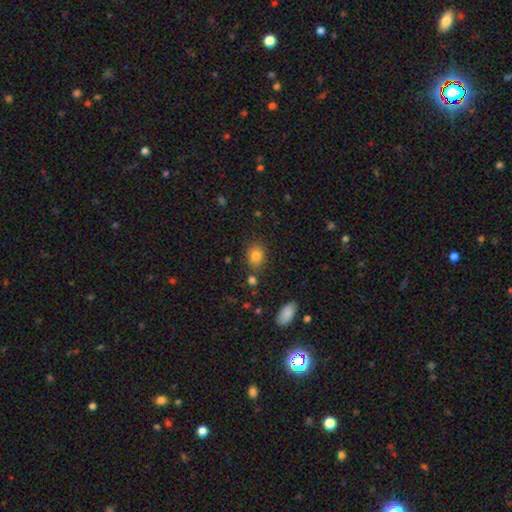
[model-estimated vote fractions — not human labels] smooth 82%, star or artifact 10%, featured or disk 8%. Down the decision tree: how rounded — in between (68%); merging — none (78%).